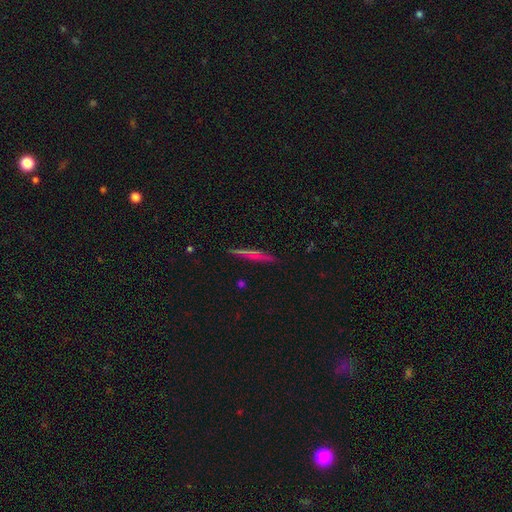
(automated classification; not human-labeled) Morphology: type=smooth (52%); roundness=cigar-shaped (85%); merging=none (85%).